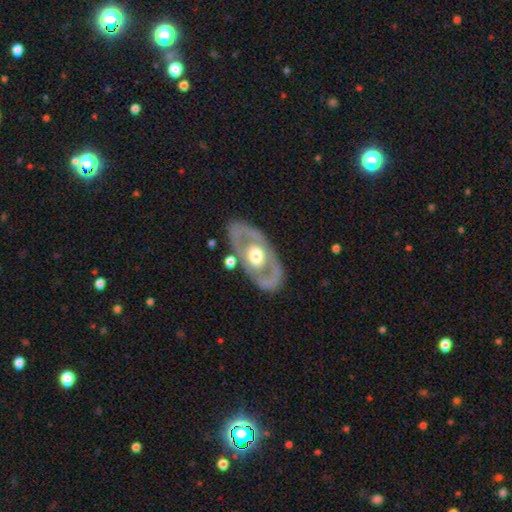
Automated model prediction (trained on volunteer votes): A featured or disk galaxy (69%) with no bar (83%), no spiral arms (78%) and a moderate central bulge (62%). Merging: none (79%).